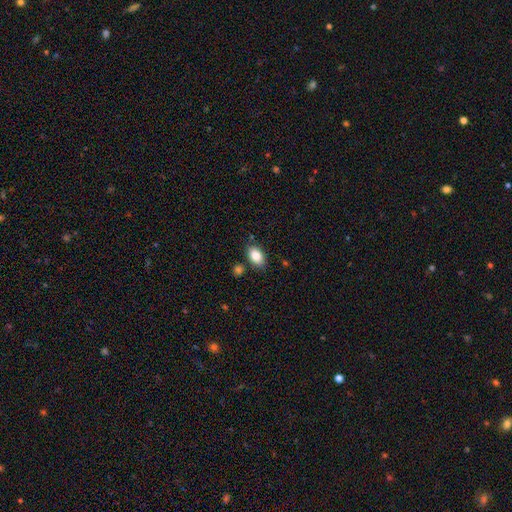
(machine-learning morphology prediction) smooth 85%, star or artifact 8%, featured or disk 7%. Down the decision tree: how rounded — in between (88%); merging — none (80%).